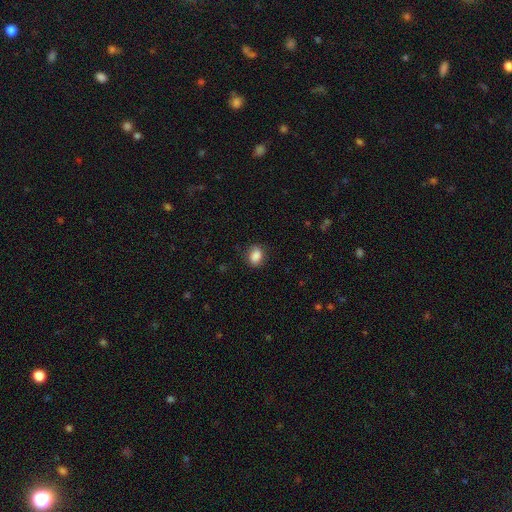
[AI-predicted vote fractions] Smooth or featured? Predicted: smooth (p=0.87). How rounded? Predicted: in between (p=0.67). Merging? Predicted: none (p=0.80).